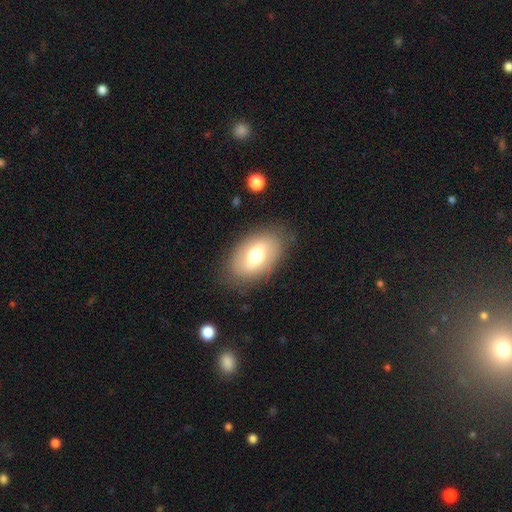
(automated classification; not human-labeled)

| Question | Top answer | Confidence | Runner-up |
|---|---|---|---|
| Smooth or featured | smooth | 54% | featured or disk (39%) |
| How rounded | in between | 88% | round (10%) |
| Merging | none | 80% | minor disturbance (13%) |